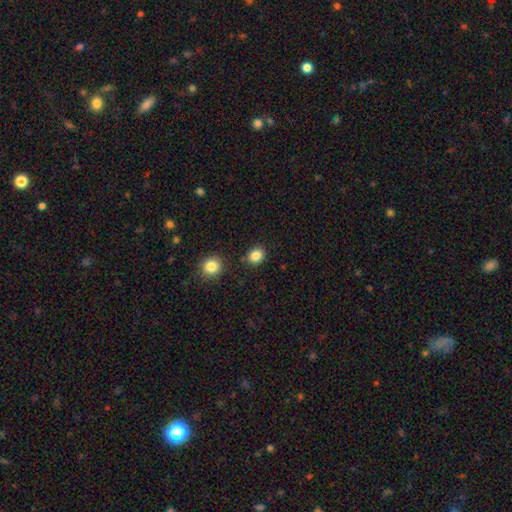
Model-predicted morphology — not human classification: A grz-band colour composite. It shows a smooth galaxy with no disk features (85%) that is round (66%). Merging: none (84%).